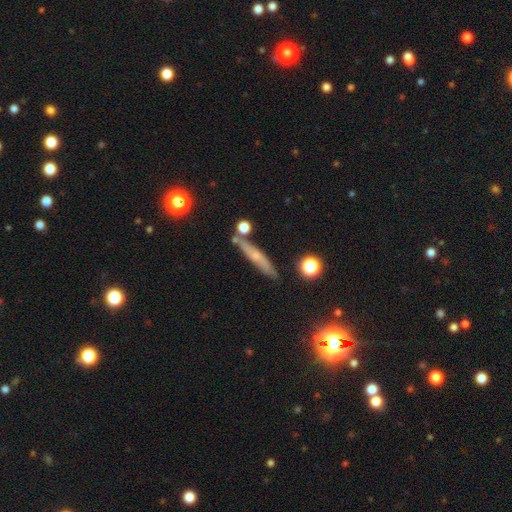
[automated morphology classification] Smooth or featured? Predicted: smooth (p=0.46). Merging? Predicted: none (p=0.77).